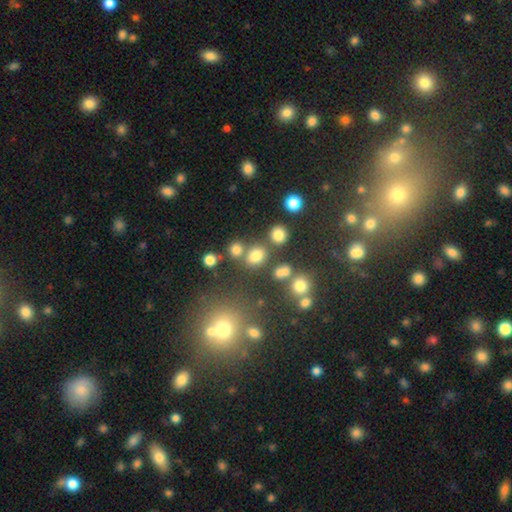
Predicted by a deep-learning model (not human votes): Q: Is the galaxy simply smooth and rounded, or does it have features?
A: smooth — 72%.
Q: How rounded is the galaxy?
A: round — 59%.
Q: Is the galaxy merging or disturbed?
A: none — 64%.